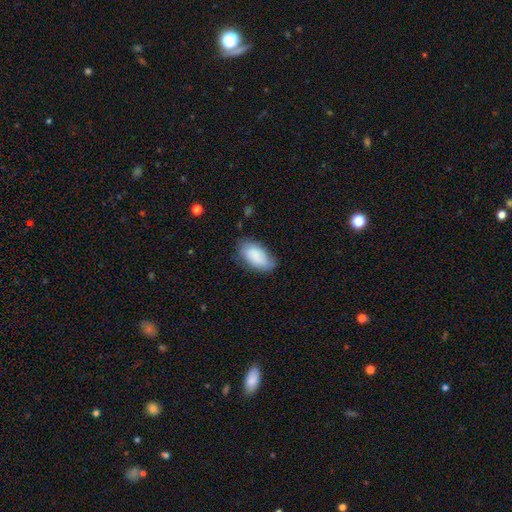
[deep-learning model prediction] Smooth or featured? smooth (84%)
How rounded? in between (94%)
Merging? none (71%)